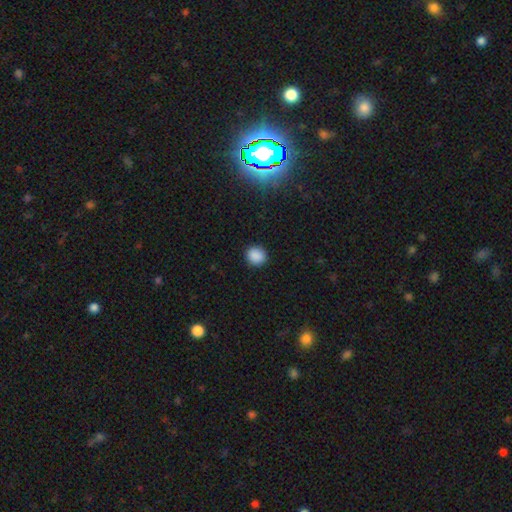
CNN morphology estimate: Overall: smooth (88%). How rounded: round (85%). Merging: none (91%).